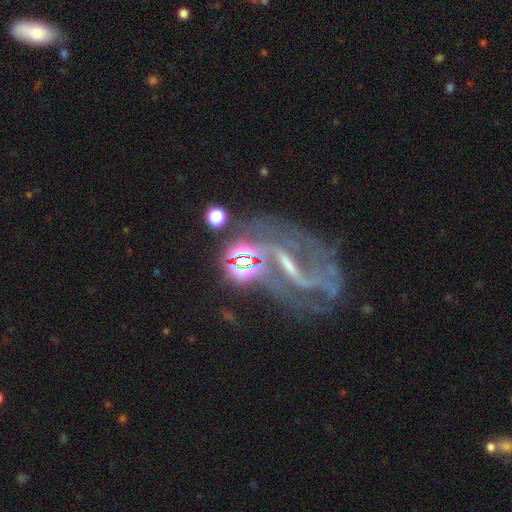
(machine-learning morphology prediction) Smooth or featured?
  - featured or disk: 71% *
  - star or artifact: 19%
  - smooth: 10%
Edge-on disk?
  - no: 95% *
  - yes: 5%
Bar?
  - weak: 39% *
  - strong: 33%
  - no: 28%
Spiral arms?
  - yes: 74% *
  - no: 26%
Spiral winding?
  - medium: 39% *
  - loose: 35%
  - tight: 26%
Spiral arm count?
  - 2: 51% *
  - can't tell: 23%
  - 1: 12%
  - 3: 6%
  - 4: 4%
  - more than 4: 4%
Bulge size?
  - small: 58% *
  - none: 20%
  - moderate: 17%
  - large: 2%
  - dominant: 2%
Merging?
  - none: 40% *
  - major disturbance: 27%
  - minor disturbance: 17%
  - merger: 16%